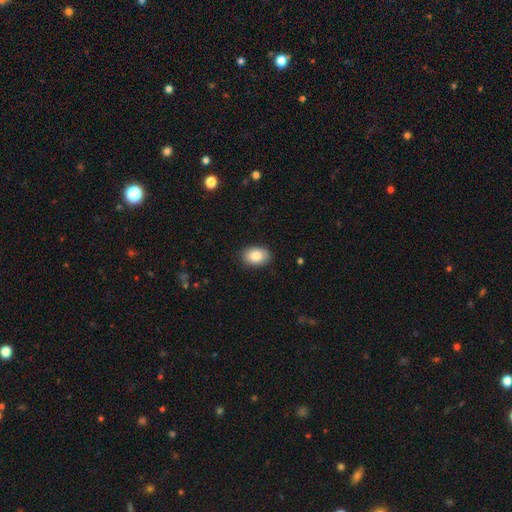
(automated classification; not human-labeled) The model was most divided on "how rounded": in between: 83%, round: 16%, cigar-shaped: 1%. More confident: smooth or featured — smooth (86%); merging — none (86%).